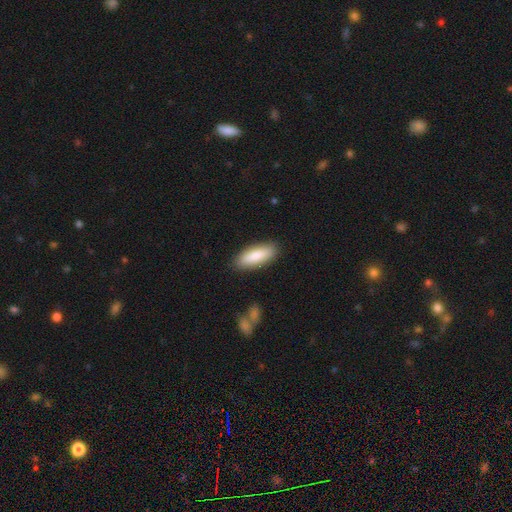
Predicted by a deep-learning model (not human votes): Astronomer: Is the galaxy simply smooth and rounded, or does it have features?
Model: smooth — 82%.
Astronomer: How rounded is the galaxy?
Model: in between — 66%.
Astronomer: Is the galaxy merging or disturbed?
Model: none — 87%.